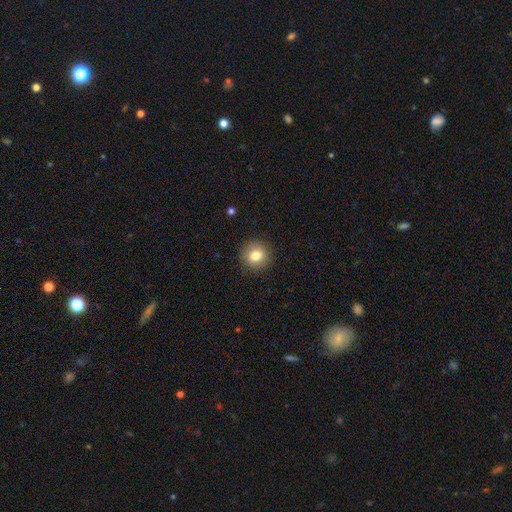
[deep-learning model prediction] Smooth or featured?
  - smooth: 81% *
  - star or artifact: 10%
  - featured or disk: 9%
How rounded?
  - round: 89% *
  - in between: 10%
  - cigar-shaped: 1%
Merging?
  - none: 91% *
  - minor disturbance: 6%
  - major disturbance: 2%
  - merger: 1%